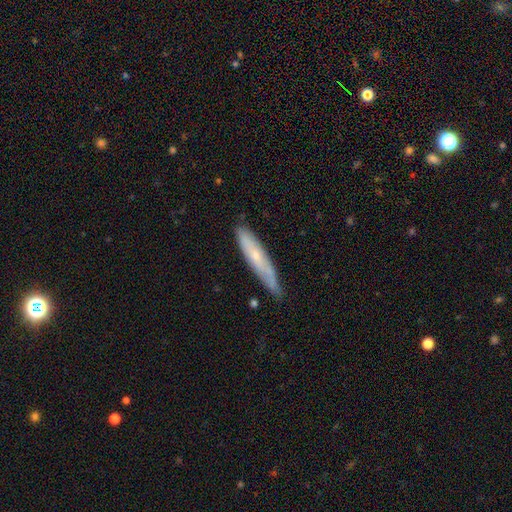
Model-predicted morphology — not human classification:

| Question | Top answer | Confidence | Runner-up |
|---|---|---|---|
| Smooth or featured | smooth | 51% | featured or disk (43%) |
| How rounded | cigar-shaped | 88% | in between (10%) |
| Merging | none | 69% | minor disturbance (25%) |